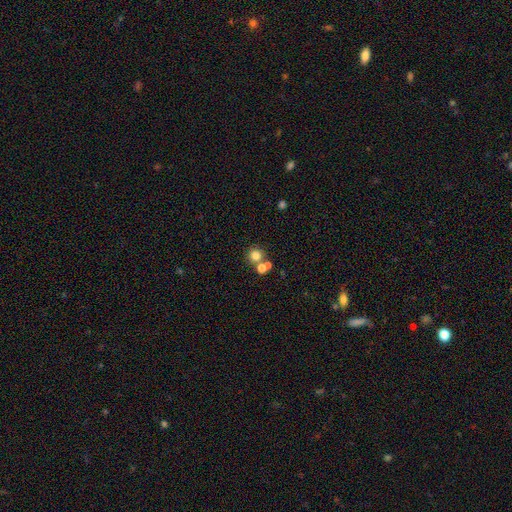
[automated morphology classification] Overall: smooth (76%). How rounded: round (90%). Merging: none (58%; merger 31%).